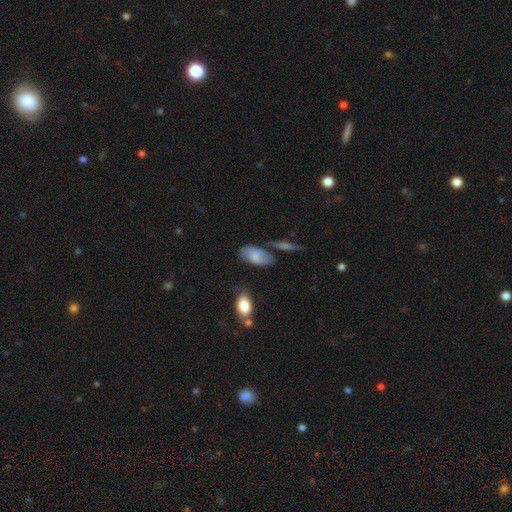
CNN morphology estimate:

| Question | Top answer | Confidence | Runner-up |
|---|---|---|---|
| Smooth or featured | smooth | 72% | featured or disk (20%) |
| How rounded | in between | 93% | cigar-shaped (4%) |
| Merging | none | 58% | minor disturbance (25%) |